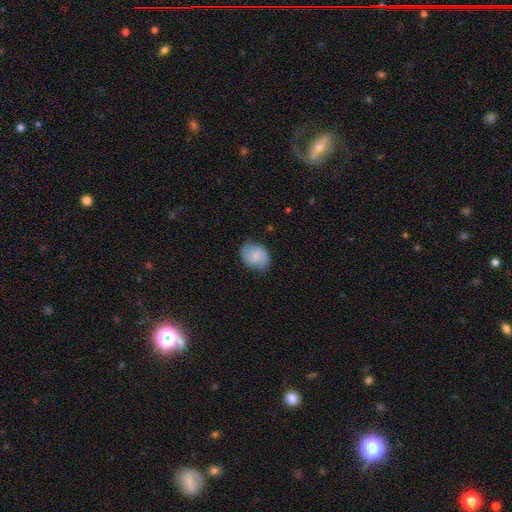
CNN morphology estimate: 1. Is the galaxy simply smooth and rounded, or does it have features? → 68% smooth, 24% featured or disk, 8% star or artifact.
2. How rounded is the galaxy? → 61% in between, 37% round, 1% cigar-shaped.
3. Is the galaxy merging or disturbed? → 74% none, 20% minor disturbance, 5% major disturbance, 1% merger.